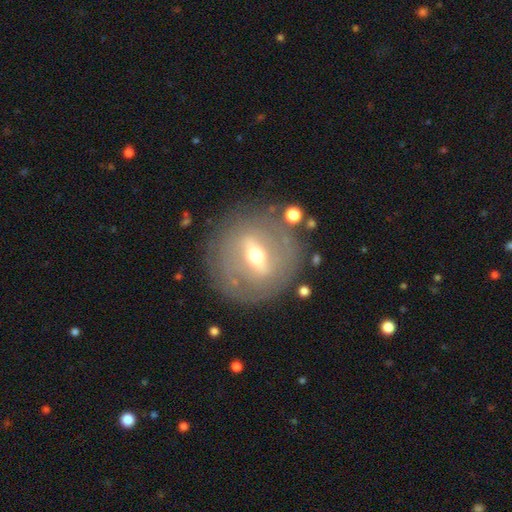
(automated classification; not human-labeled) Smooth or featured? featured or disk (75%)
Edge-on disk? no (75%)
Bar? strong (61%)
Spiral arms? no (69%)
Bulge size? moderate (64%)
Merging? none (82%)